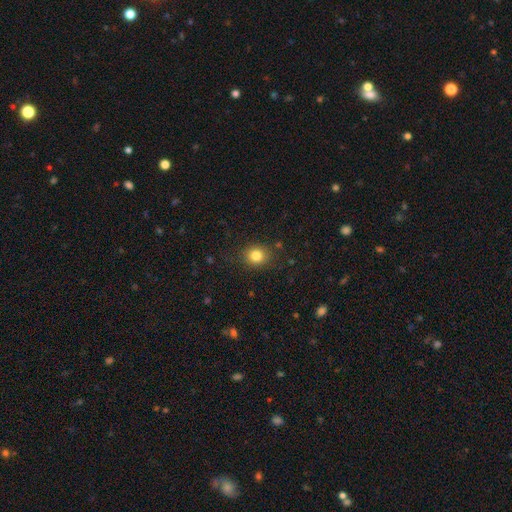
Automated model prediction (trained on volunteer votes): Morphology: type=smooth (82%); roundness=round (75%); merging=none (85%).